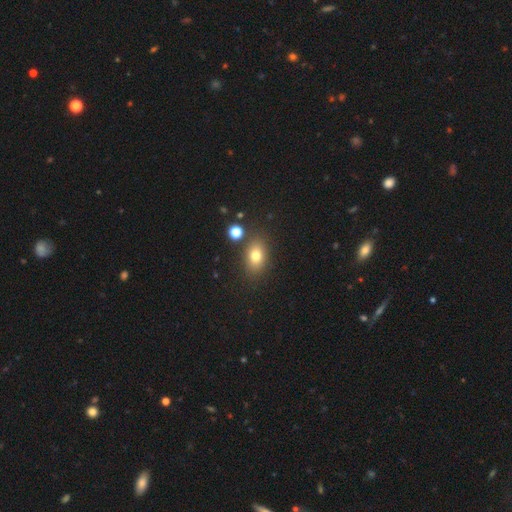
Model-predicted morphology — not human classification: smooth_or_featured: smooth (p=0.77) [alt: star or artifact p=0.12]
how_rounded: in between (p=0.76) [alt: round p=0.22]
merging: none (p=0.81) [alt: minor disturbance p=0.10]